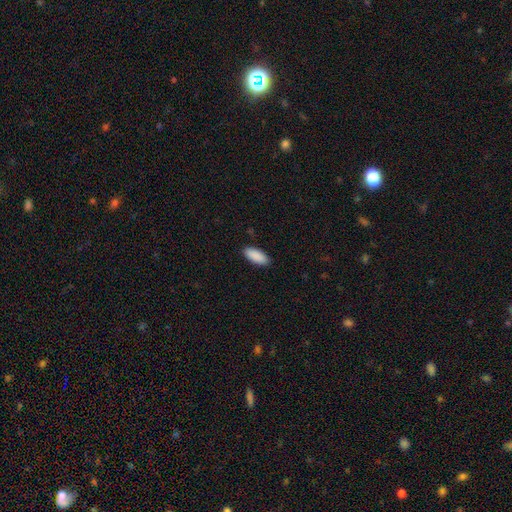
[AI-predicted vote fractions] Smooth or featured? Predicted: smooth (p=0.91). How rounded? Predicted: in between (p=0.84). Merging? Predicted: none (p=0.90).